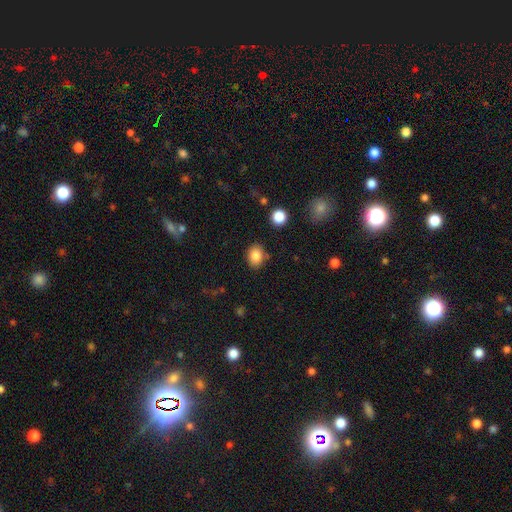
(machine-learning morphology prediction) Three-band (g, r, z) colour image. It shows a smooth galaxy with no disk features (84%) that is in between round and cigar-shaped (59%). Merging: none (82%).